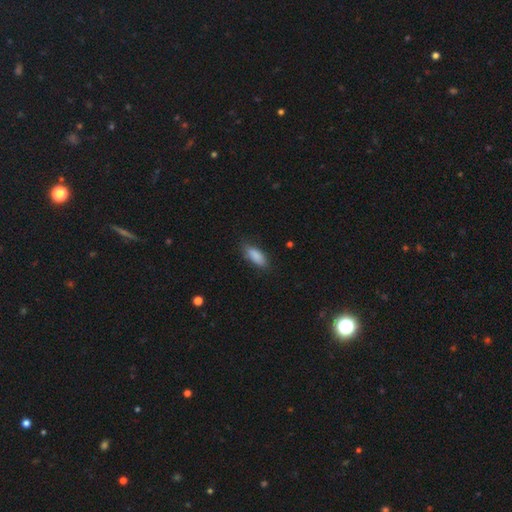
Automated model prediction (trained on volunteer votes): smooth 88%, star or artifact 7%, featured or disk 6%. Down the decision tree: how rounded — in between (78%); merging — none (79%).